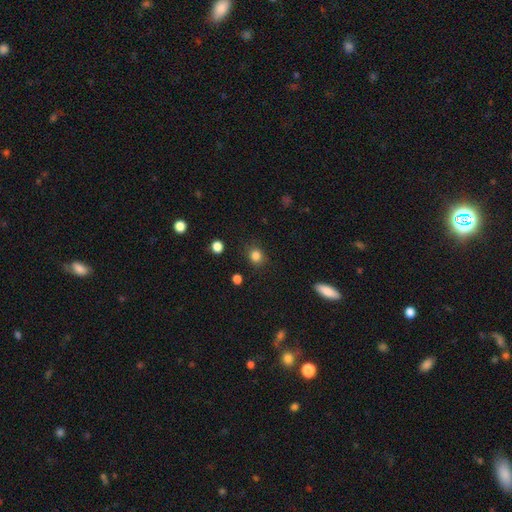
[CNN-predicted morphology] type=smooth (84%); roundness=round (76%); merging=none (84%).